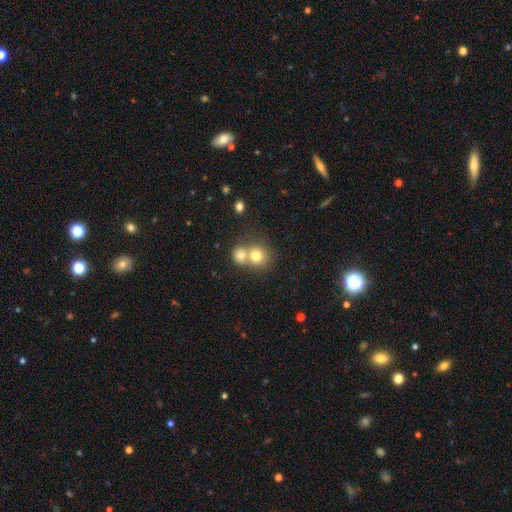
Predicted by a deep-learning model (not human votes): A smooth galaxy with no disk features (75%) that is round (79%). Merging: merger (56%).